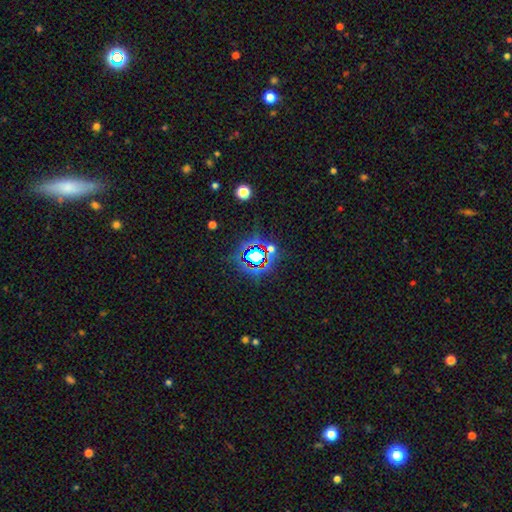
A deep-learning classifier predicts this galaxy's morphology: A star or artifact, not a galaxy (70%).